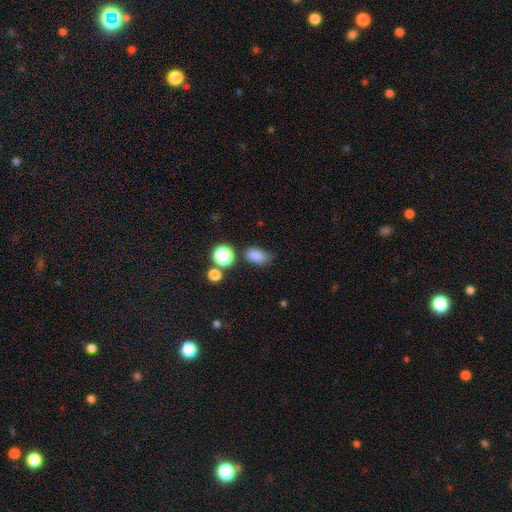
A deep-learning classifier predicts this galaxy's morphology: type=smooth (82%); roundness=in between (82%); merging=none (62%).